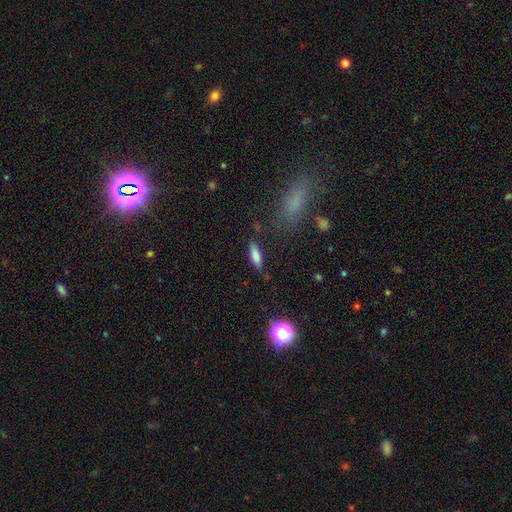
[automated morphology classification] A smooth galaxy with no disk features (79%) that is in between round and cigar-shaped (60%).

Vote fractions:
- Smooth or featured? smooth: 79% / featured or disk: 12% / star or artifact: 8%
- How rounded? in between: 60% / cigar-shaped: 38% / round: 2%
- Merging? none: 83% / minor disturbance: 12% / major disturbance: 3% / merger: 2%